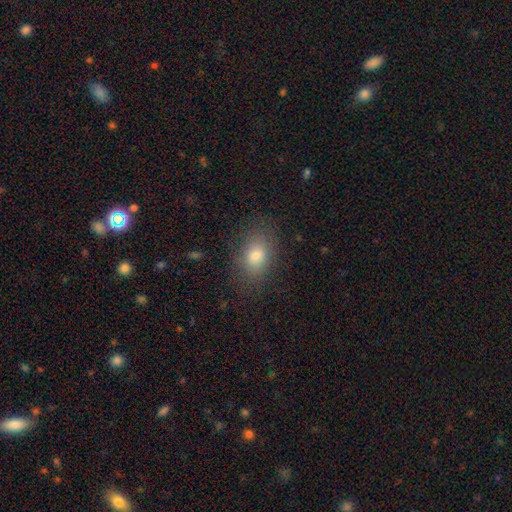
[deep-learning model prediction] Morphology: type=smooth (79%); roundness=in between (81%); merging=none (81%).